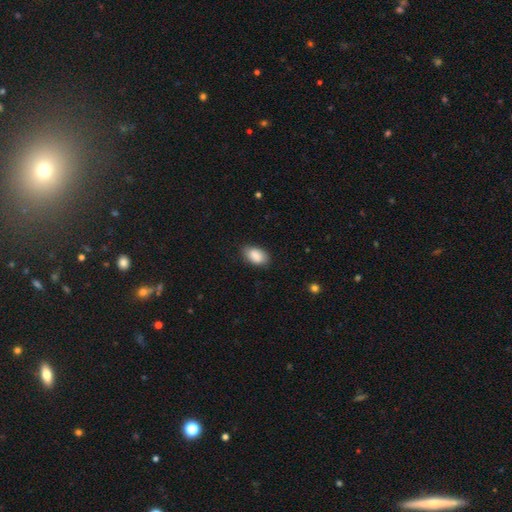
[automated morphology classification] Smooth or featured? smooth (89%)
How rounded? in between (93%)
Merging? none (80%)